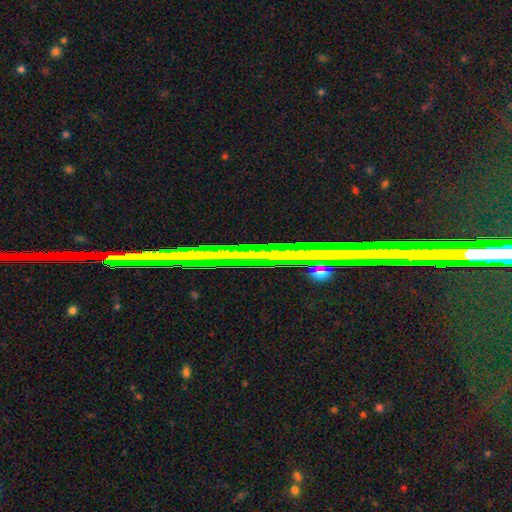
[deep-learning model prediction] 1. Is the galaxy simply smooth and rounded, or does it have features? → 66% star or artifact, 23% featured or disk, 11% smooth.